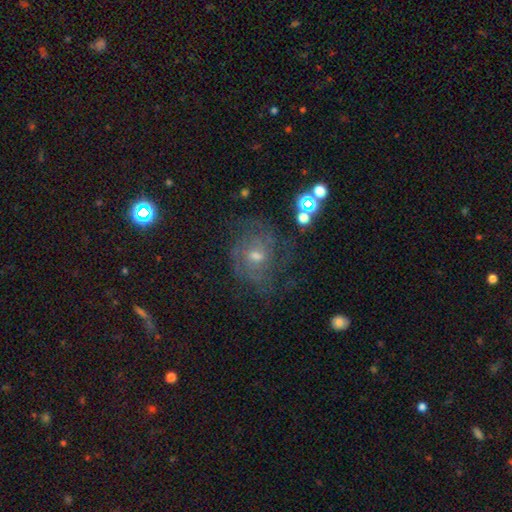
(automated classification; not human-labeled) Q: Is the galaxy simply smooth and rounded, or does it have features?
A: featured or disk — 60%.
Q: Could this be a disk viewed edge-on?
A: no — 96%.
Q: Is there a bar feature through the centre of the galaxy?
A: no — 73%.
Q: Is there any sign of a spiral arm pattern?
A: yes — 86%.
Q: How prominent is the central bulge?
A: moderate — 50%.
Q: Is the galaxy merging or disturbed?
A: none — 66%.